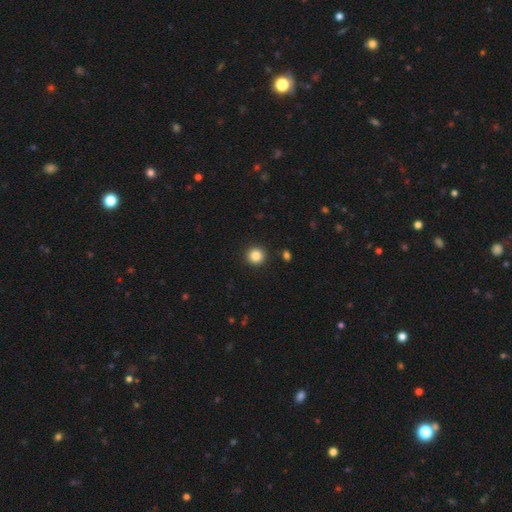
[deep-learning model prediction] The model was most divided on "smooth or featured": smooth: 85%, star or artifact: 10%, featured or disk: 4%. More confident: how rounded — round (94%); merging — none (93%).